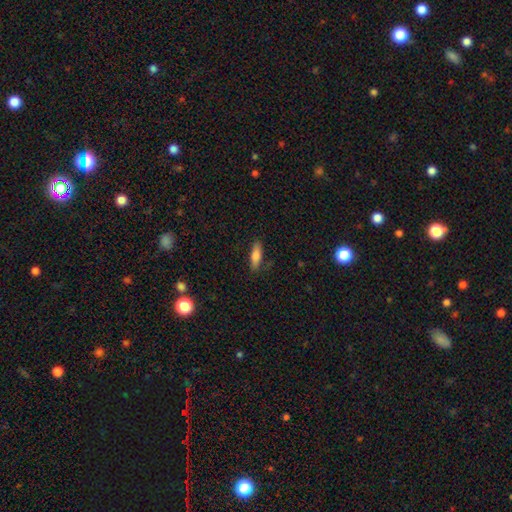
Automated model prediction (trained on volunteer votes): smooth-or-featured: smooth: 74% | featured or disk: 19% | star or artifact: 7%
  how-rounded: in between: 50% | cigar-shaped: 48% | round: 2%
  merging: none: 84% | minor disturbance: 12% | major disturbance: 3% | merger: 2%